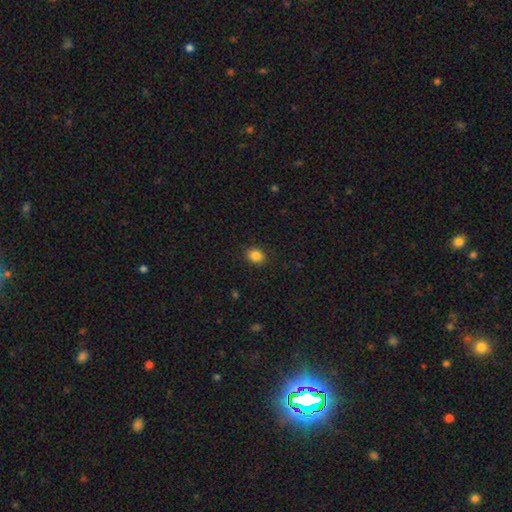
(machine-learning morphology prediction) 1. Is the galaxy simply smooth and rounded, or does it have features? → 86% smooth, 10% star or artifact, 4% featured or disk.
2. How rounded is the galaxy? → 52% round, 47% in between, 1% cigar-shaped.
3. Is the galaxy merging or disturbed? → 89% none, 8% minor disturbance, 2% major disturbance, 1% merger.